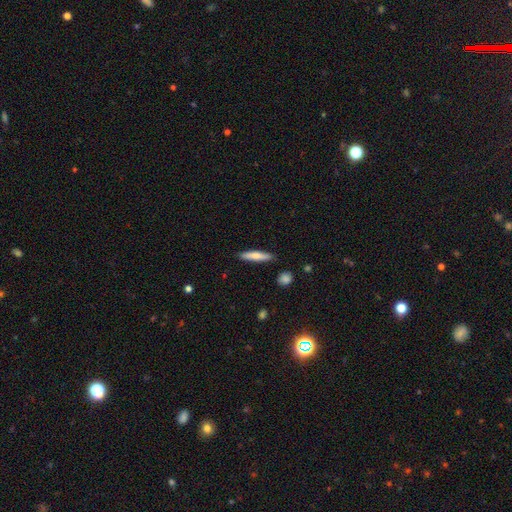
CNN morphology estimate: Q: Smooth or featured?
A: smooth (73%); runner-up: featured or disk (21%)
Q: How rounded?
A: cigar-shaped (87%); runner-up: in between (11%)
Q: Merging?
A: none (88%); runner-up: minor disturbance (8%)